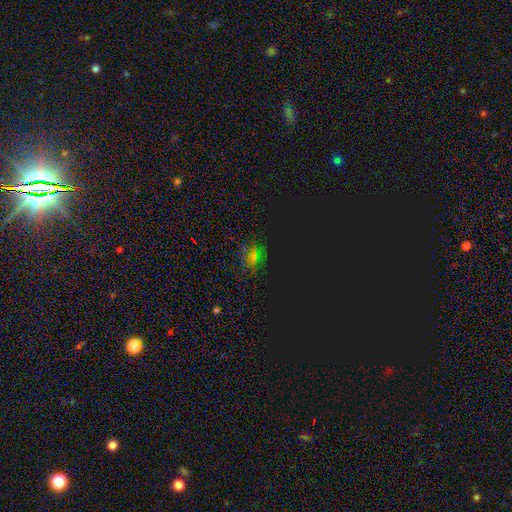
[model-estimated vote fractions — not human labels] Q: Smooth or featured?
A: star or artifact (63%); runner-up: smooth (28%)